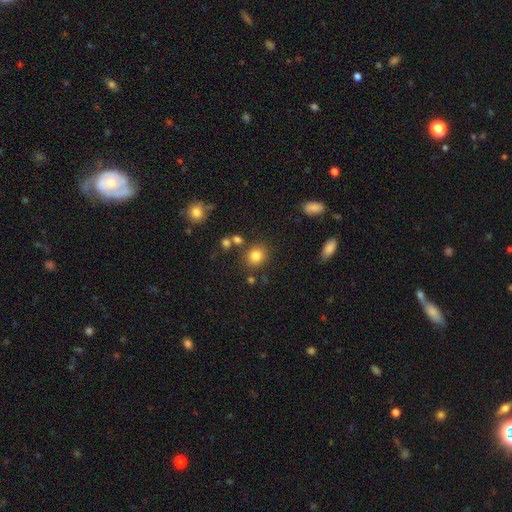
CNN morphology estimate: This is clearly a smooth galaxy (81%). How rounded: likely round (76%). Merging: clearly none (81%).